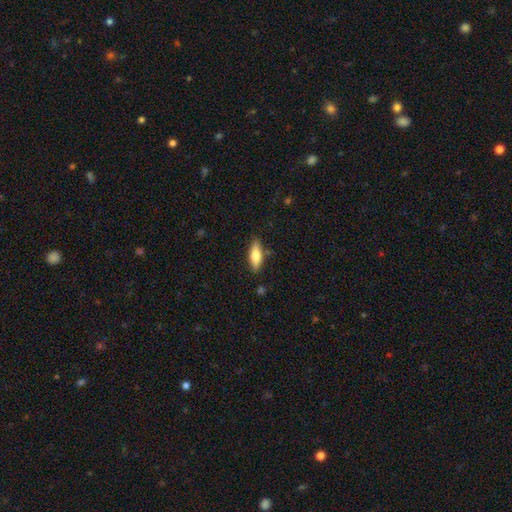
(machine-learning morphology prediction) A smooth galaxy with no disk features (71%) that is in between round and cigar-shaped (62%).

Vote fractions:
- Smooth or featured? smooth: 71% / featured or disk: 23% / star or artifact: 6%
- How rounded? in between: 62% / cigar-shaped: 36% / round: 2%
- Merging? none: 83% / minor disturbance: 12% / merger: 3% / major disturbance: 3%